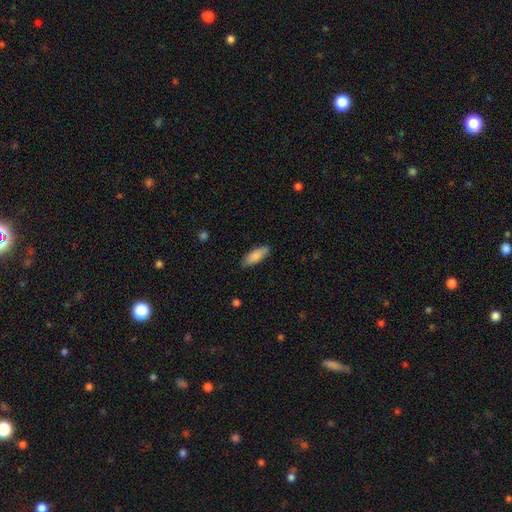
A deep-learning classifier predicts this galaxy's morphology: Smooth or featured? Predicted: smooth (p=0.86). How rounded? Predicted: in between (p=0.64). Merging? Predicted: none (p=0.85).